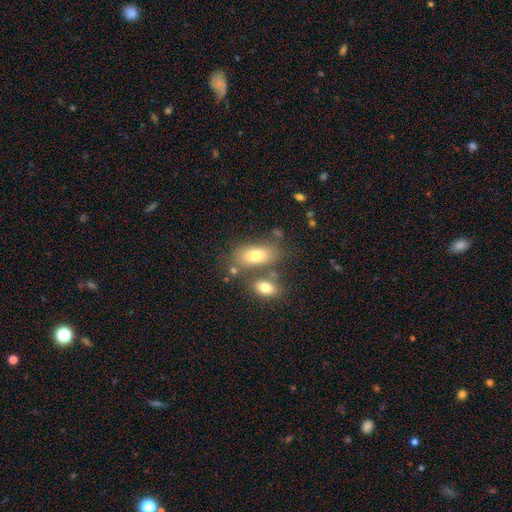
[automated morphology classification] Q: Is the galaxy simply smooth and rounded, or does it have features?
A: smooth — 75%.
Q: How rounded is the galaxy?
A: in between — 88%.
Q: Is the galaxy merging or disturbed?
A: none — 57%.